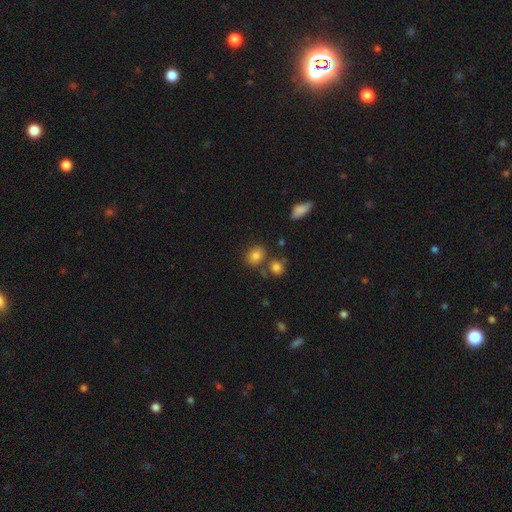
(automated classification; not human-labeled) smooth 81%, star or artifact 11%, featured or disk 8%. Down the decision tree: how rounded — round (50%); merging — none (71%).